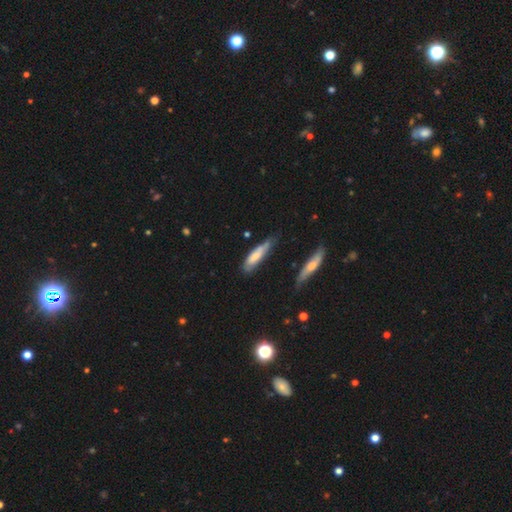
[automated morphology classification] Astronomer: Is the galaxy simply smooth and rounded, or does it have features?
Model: smooth — 62%.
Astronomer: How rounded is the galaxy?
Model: cigar-shaped — 66%.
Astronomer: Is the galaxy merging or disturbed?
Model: none — 52% (runner-up: minor disturbance, 34%).